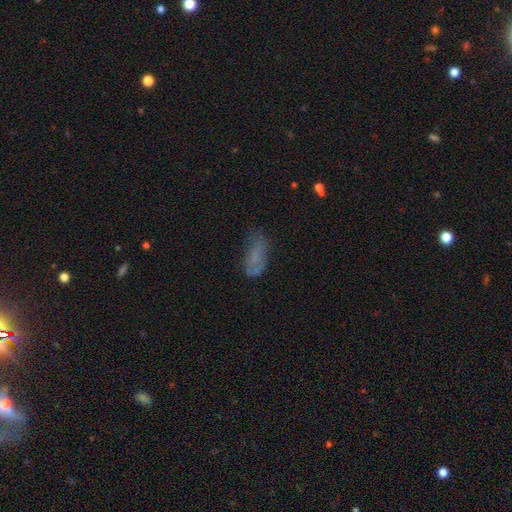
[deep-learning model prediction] This is possibly a smooth galaxy (59%). How rounded: likely in between (80%). Merging: possibly none (47%).